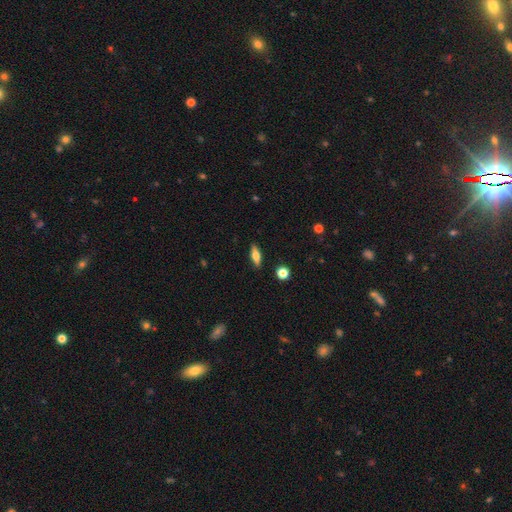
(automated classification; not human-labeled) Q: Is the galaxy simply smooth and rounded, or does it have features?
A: smooth — 65%.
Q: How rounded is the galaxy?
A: in between — 62%.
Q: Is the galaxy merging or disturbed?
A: none — 88%.